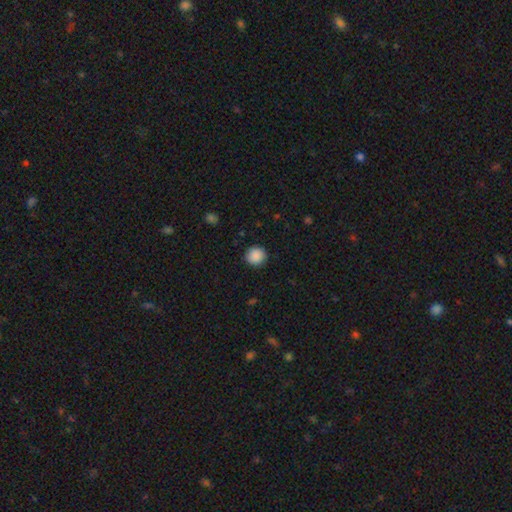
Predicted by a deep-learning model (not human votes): Smooth or featured? Predicted: smooth (p=0.89). How rounded? Predicted: round (p=0.92). Merging? Predicted: none (p=0.90).